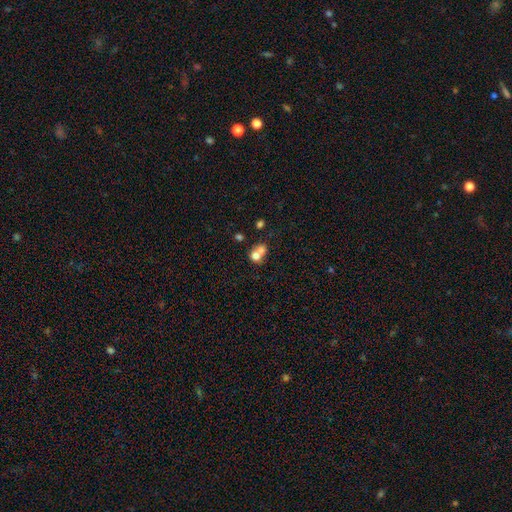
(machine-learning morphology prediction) smooth 69%, featured or disk 20%, star or artifact 11%. Down the decision tree: how rounded — round (66%); merging — merger (67%).